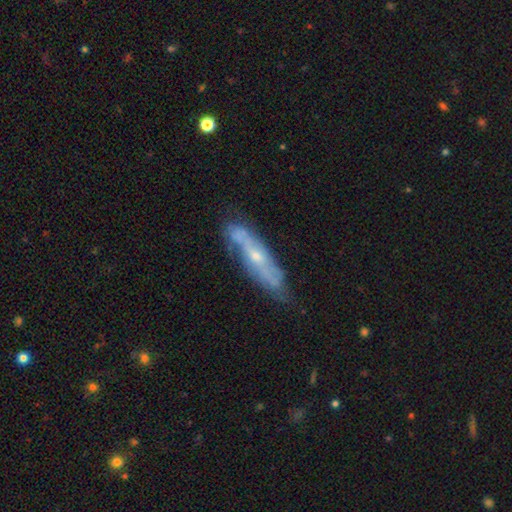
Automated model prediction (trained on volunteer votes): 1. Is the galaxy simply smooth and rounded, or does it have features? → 72% featured or disk, 21% smooth, 7% star or artifact.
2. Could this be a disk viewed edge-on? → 55% no, 45% yes.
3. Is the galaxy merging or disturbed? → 68% none, 24% minor disturbance, 6% major disturbance, 3% merger.